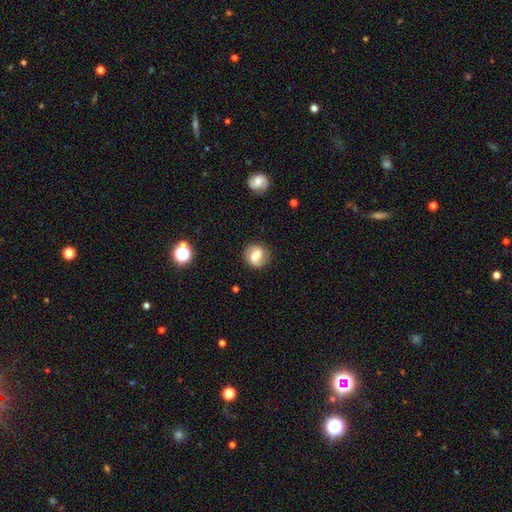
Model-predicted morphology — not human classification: Q: Smooth or featured?
A: featured or disk (54%); runner-up: smooth (37%)
Q: Edge-on disk?
A: no (97%); runner-up: yes (3%)
Q: Bar?
A: weak (43%); runner-up: strong (36%)
Q: Spiral arms?
A: yes (83%); runner-up: no (17%)
Q: Bulge size?
A: moderate (42%); runner-up: large (29%)
Q: Merging?
A: none (81%); runner-up: minor disturbance (13%)